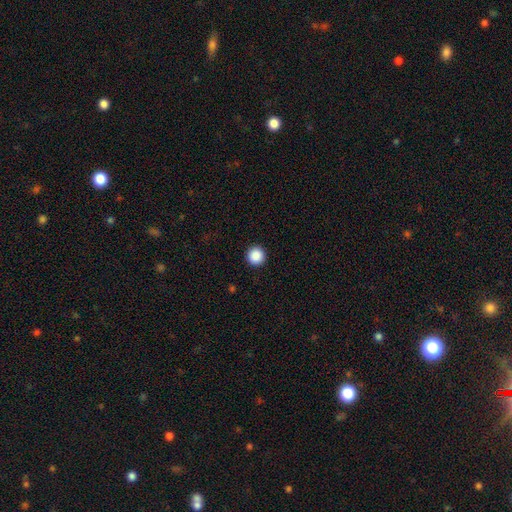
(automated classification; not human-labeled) The model was most divided on "smooth or featured": smooth: 89%, star or artifact: 9%, featured or disk: 3%. More confident: how rounded — round (96%); merging — none (93%).